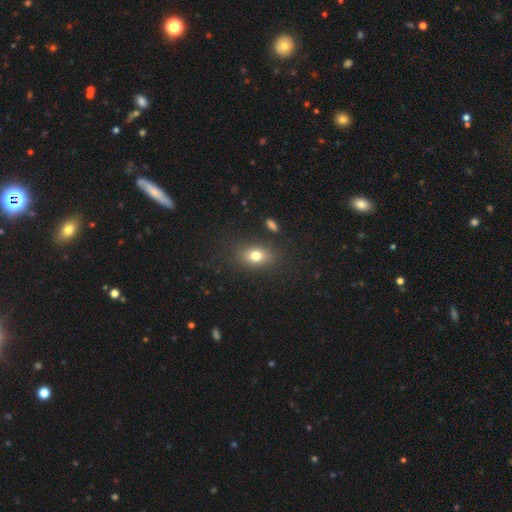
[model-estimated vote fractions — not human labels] smooth-or-featured: smooth: 77% | featured or disk: 12% | star or artifact: 12%
  how-rounded: in between: 72% | round: 25% | cigar-shaped: 3%
  merging: none: 81% | minor disturbance: 12% | major disturbance: 5% | merger: 3%